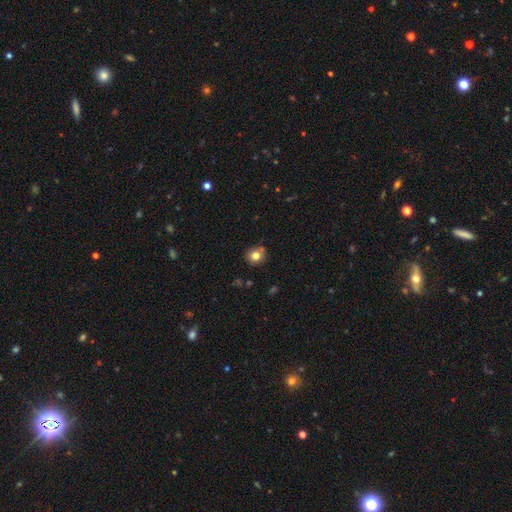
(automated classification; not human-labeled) A smooth galaxy with no disk features (79%) that is round (84%). Merging: none (80%).